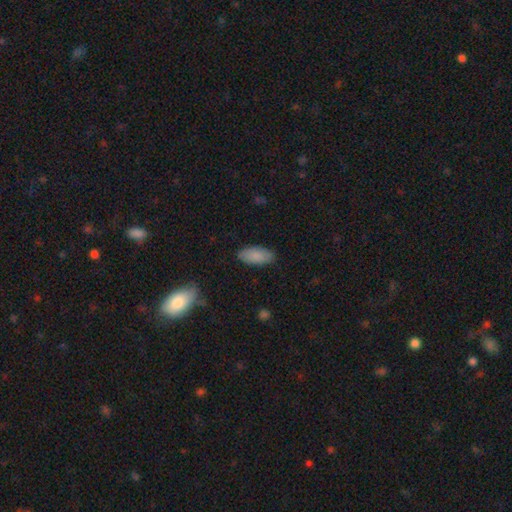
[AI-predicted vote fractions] smooth_or_featured: smooth (p=0.87) [alt: featured or disk p=0.07]
how_rounded: in between (p=0.89) [alt: cigar-shaped p=0.09]
merging: none (p=0.86) [alt: minor disturbance p=0.11]